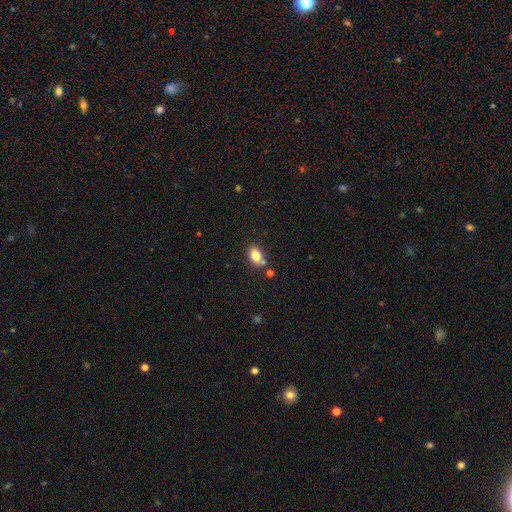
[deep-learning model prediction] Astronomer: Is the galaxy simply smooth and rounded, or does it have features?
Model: smooth — 80%.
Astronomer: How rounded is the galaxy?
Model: in between — 81%.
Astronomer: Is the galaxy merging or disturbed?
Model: none — 66%.